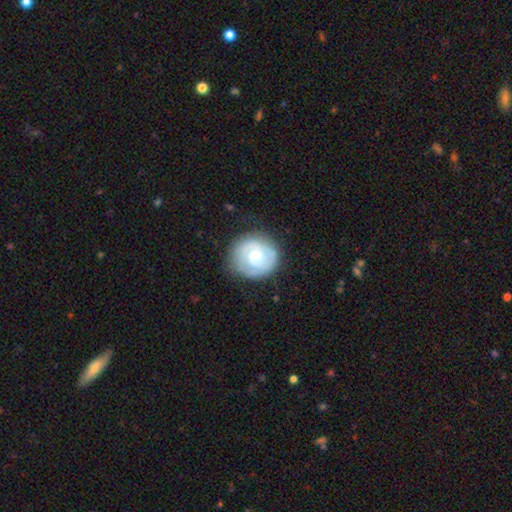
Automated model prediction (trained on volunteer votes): Smooth or featured? Predicted: featured or disk (p=0.75). Edge-on disk? Predicted: no (p=0.98). Bar? Predicted: no (p=0.59). Spiral arms? Predicted: yes (p=0.93). Spiral winding? Predicted: tight (p=0.68). Spiral arm count? Predicted: 2 (p=0.63). Bulge size? Predicted: small (p=0.52). Merging? Predicted: none (p=0.80).